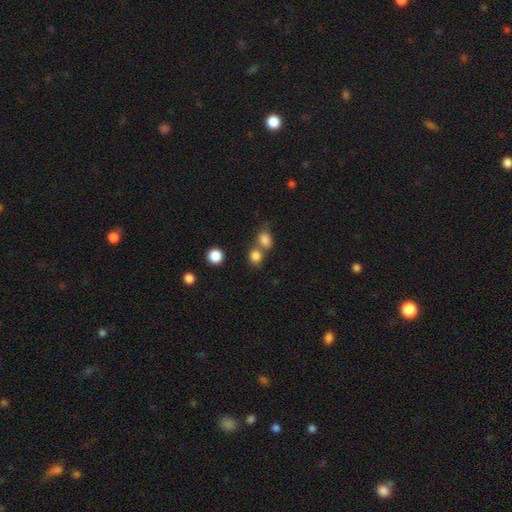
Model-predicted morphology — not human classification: Smooth or featured?
  - smooth: 82% *
  - star or artifact: 12%
  - featured or disk: 6%
How rounded?
  - round: 65% *
  - in between: 34%
  - cigar-shaped: 1%
Merging?
  - none: 48% *
  - merger: 40%
  - minor disturbance: 9%
  - major disturbance: 4%